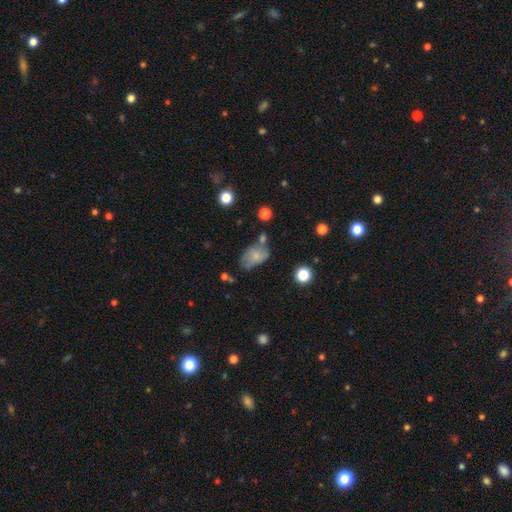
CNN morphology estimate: This is likely a smooth galaxy (70%). How rounded: clearly in between (87%). Merging: possibly none (45%).